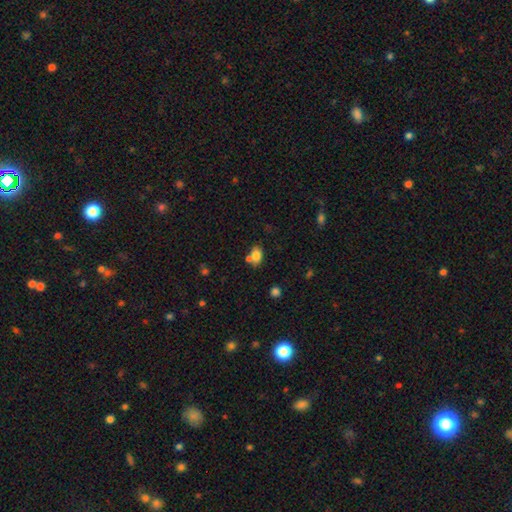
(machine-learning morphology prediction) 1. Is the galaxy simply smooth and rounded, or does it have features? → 80% smooth, 10% featured or disk, 10% star or artifact.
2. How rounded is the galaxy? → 74% in between, 25% round, 1% cigar-shaped.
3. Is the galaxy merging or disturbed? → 57% none, 25% merger, 14% minor disturbance, 4% major disturbance.